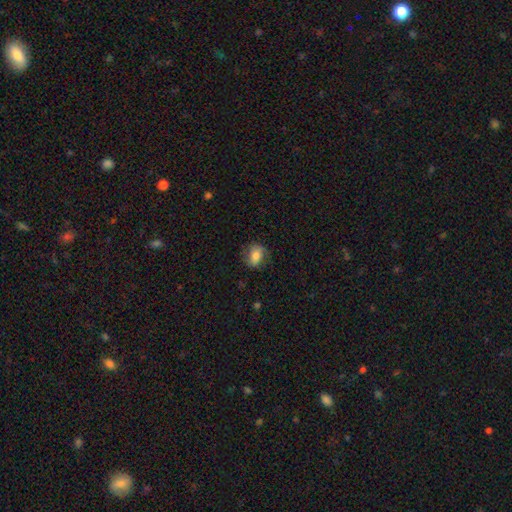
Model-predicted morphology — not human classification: Smooth or featured: smooth — 72% (featured or disk — 20%)
How rounded: in between — 62% (round — 36%)
Merging: none — 75% (minor disturbance — 18%)